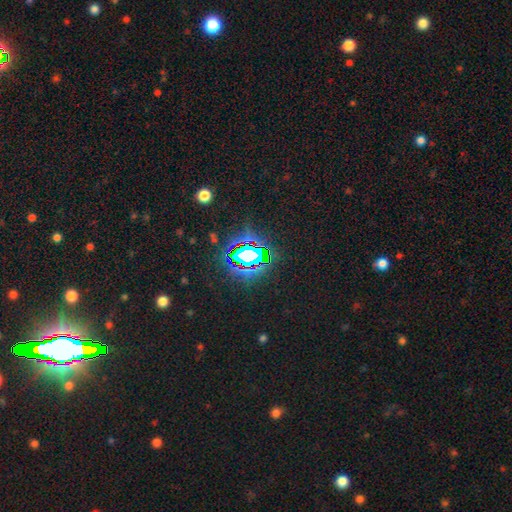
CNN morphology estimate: Smooth or featured? Predicted: star or artifact (p=0.84).